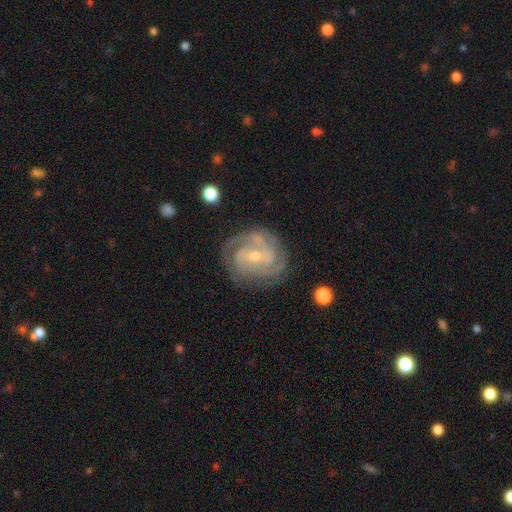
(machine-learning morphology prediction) featured or disk 89%, smooth 6%, star or artifact 5%. Down the decision tree: edge-on disk — no (97%); bar — weak (44%); spiral arms — yes (97%); spiral arm count — 3 (35%); spiral winding — tight (66%); bulge size — small (59%); merging — none (76%).